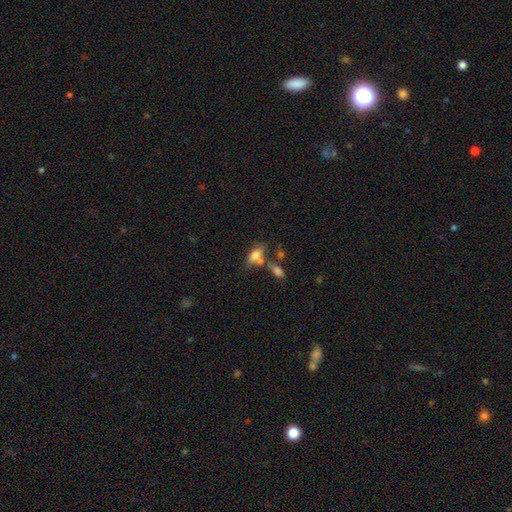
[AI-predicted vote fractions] smooth_or_featured: smooth (p=0.73) [alt: featured or disk p=0.17]
how_rounded: in between (p=0.84) [alt: cigar-shaped p=0.09]
merging: none (p=0.42) [alt: merger p=0.33]